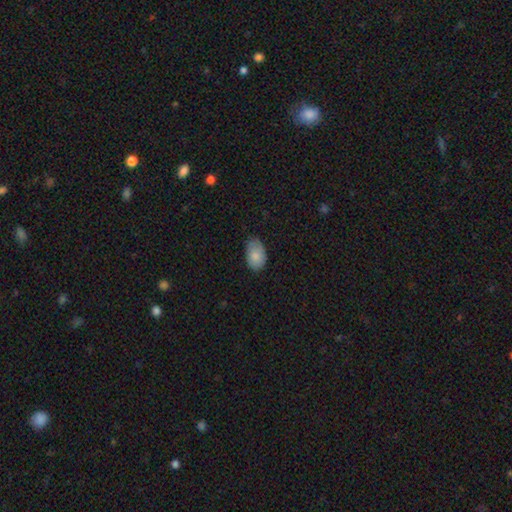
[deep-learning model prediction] The model was most divided on "merging": none: 67%, minor disturbance: 27%, major disturbance: 4%, merger: 1%. More confident: how rounded — in between (90%); smooth or featured — smooth (83%).